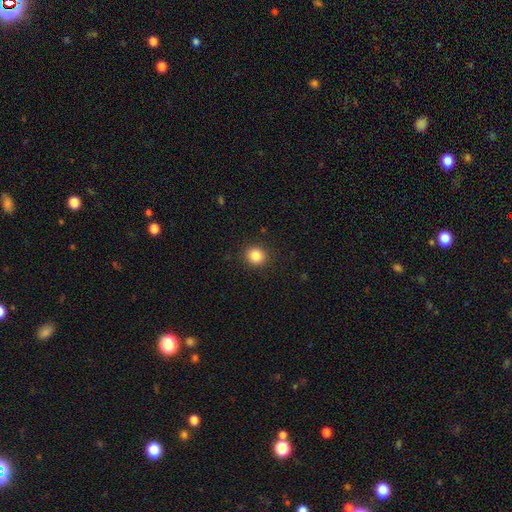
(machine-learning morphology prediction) This appears to be a smooth galaxy with no disk features (84%) that is round (83%). Merging: none (90%).